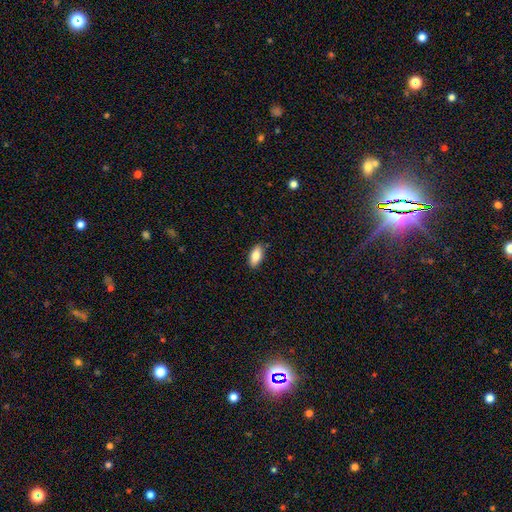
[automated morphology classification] smooth_or_featured: smooth (p=0.83) [alt: featured or disk p=0.11]
how_rounded: in between (p=0.87) [alt: cigar-shaped p=0.11]
merging: none (p=0.87) [alt: minor disturbance p=0.10]